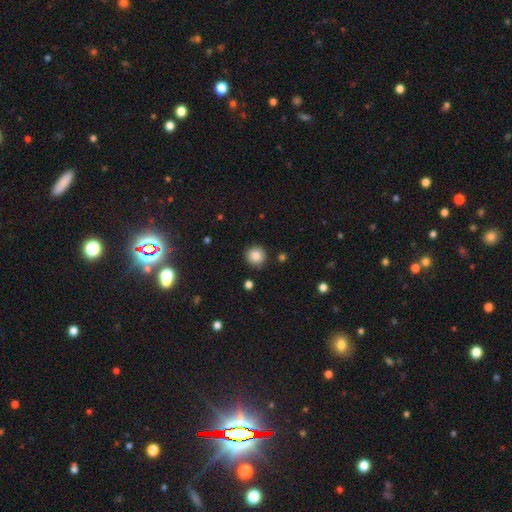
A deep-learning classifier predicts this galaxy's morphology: Smooth or featured? smooth (86%)
How rounded? round (94%)
Merging? none (89%)